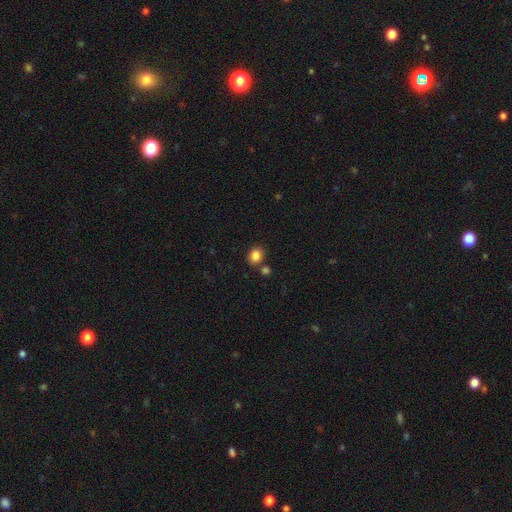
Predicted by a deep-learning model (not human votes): A smooth galaxy with no disk features (85%) that is round (54%). Merging: none (74%).